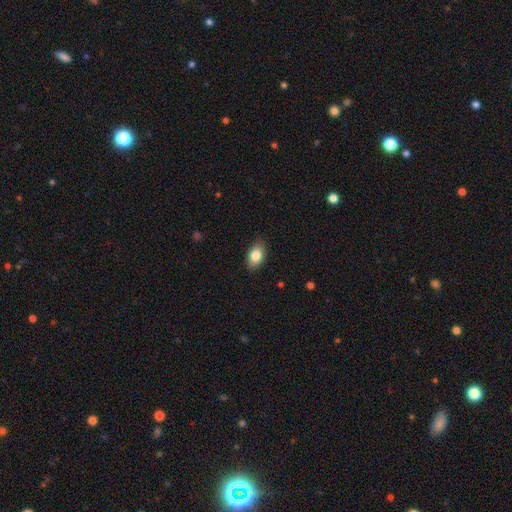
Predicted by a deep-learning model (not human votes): Smooth or featured? smooth (83%)
How rounded? in between (90%)
Merging? none (86%)